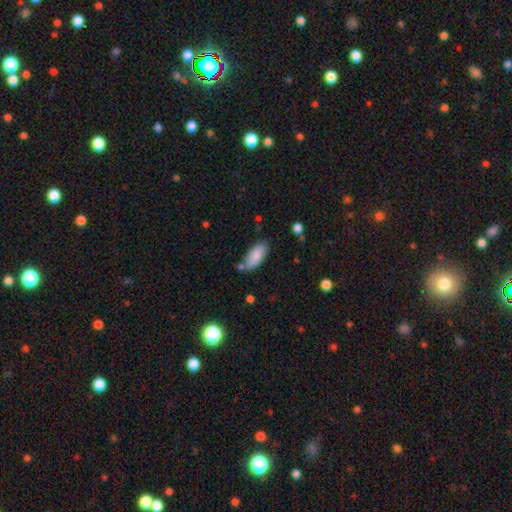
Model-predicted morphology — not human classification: smooth-or-featured: smooth: 86% | featured or disk: 8% | star or artifact: 6%
  how-rounded: in between: 86% | cigar-shaped: 12% | round: 2%
  merging: none: 72% | minor disturbance: 17% | merger: 7% | major disturbance: 4%